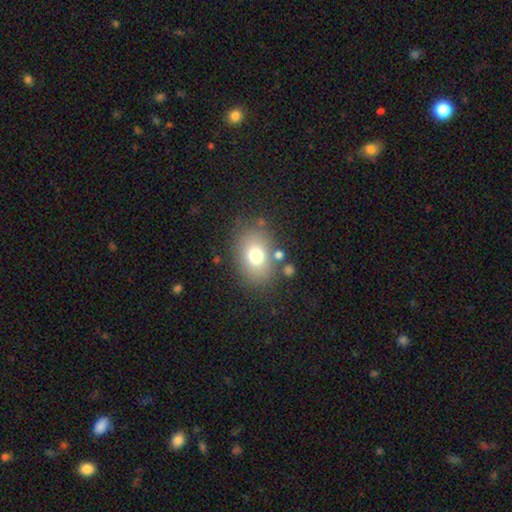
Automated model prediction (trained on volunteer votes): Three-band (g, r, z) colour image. It shows a smooth galaxy with no disk features (73%) that is in between round and cigar-shaped (71%). Merging: none (77%).